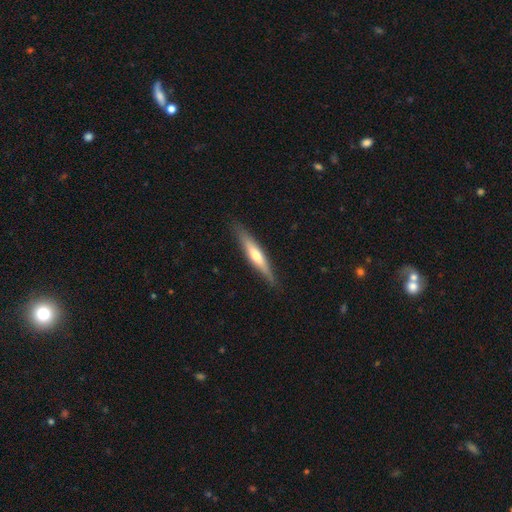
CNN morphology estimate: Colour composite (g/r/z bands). It shows a featured or disk galaxy (52%) viewed edge-on (93%). Merging: none (87%).